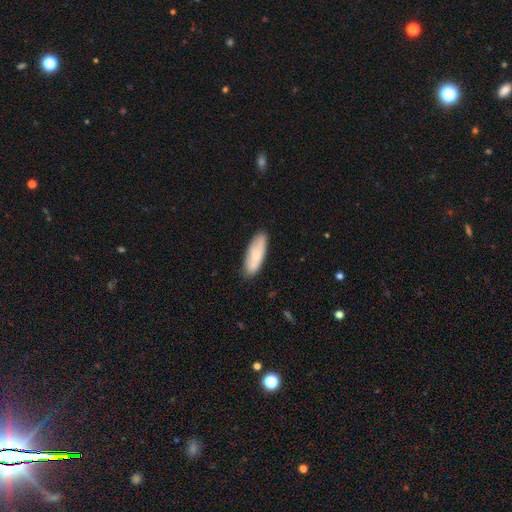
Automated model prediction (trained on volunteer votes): A smooth galaxy with no disk features (74%) that is in between round and cigar-shaped (56%). Merging: none (82%).